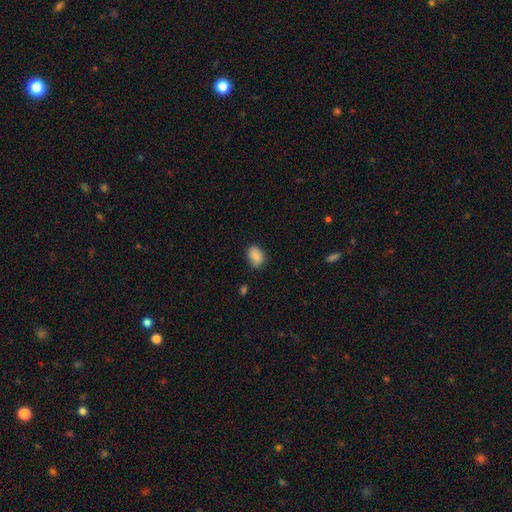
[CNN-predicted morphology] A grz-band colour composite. It shows a smooth galaxy with no disk features (86%) that is in between round and cigar-shaped (71%). Merging: none (72%).